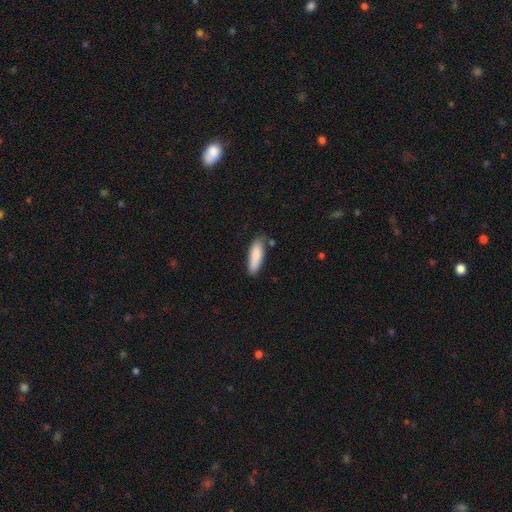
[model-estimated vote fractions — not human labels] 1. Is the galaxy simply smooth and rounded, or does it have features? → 87% smooth, 7% featured or disk, 6% star or artifact.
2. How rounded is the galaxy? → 51% cigar-shaped, 47% in between, 2% round.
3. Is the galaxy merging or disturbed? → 74% none, 18% minor disturbance, 4% merger, 3% major disturbance.